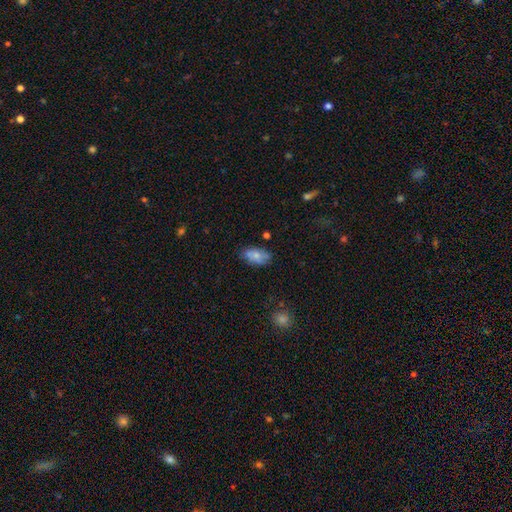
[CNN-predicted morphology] The model was most divided on "smooth or featured": smooth: 70%, featured or disk: 22%, star or artifact: 8%. More confident: how rounded — in between (92%); merging — none (73%).